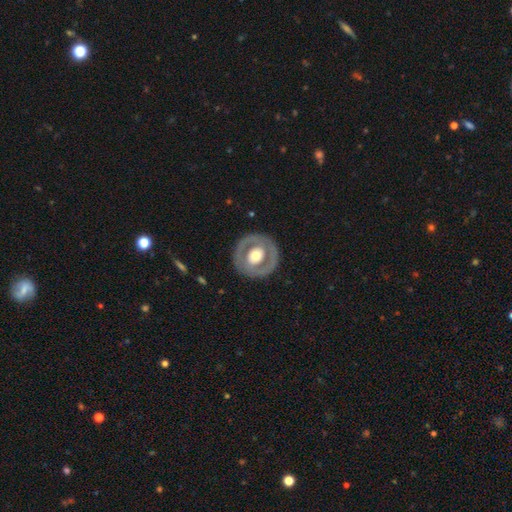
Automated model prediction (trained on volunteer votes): Smooth or featured?
  - featured or disk: 60% *
  - smooth: 35%
  - star or artifact: 5%
Edge-on disk?
  - no: 95% *
  - yes: 5%
Bar?
  - no: 73% *
  - weak: 18%
  - strong: 9%
Spiral arms?
  - no: 82% *
  - yes: 18%
Bulge size?
  - moderate: 59% *
  - large: 33%
  - small: 5%
  - dominant: 2%
  - none: 1%
Merging?
  - none: 85% *
  - minor disturbance: 10%
  - major disturbance: 5%
  - merger: 1%